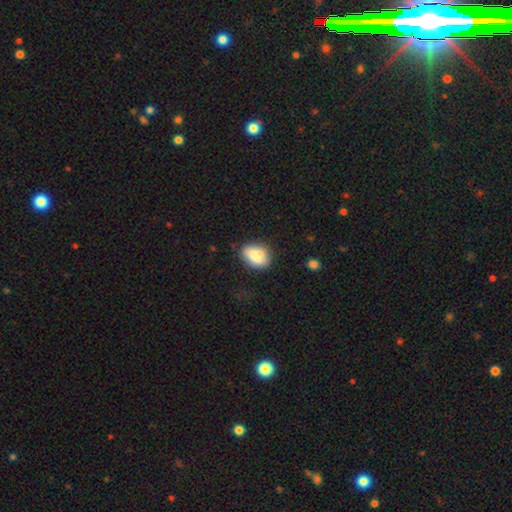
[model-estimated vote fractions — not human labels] Smooth or featured? smooth (83%)
How rounded? in between (76%)
Merging? none (70%)